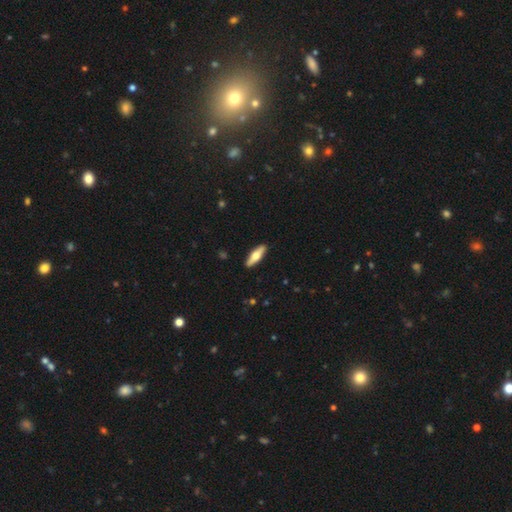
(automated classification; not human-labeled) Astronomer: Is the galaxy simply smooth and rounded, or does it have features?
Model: smooth — 56% (runner-up: featured or disk, 39%).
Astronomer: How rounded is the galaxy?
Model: cigar-shaped — 57% (runner-up: in between, 41%).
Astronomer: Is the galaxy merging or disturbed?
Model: none — 90%.